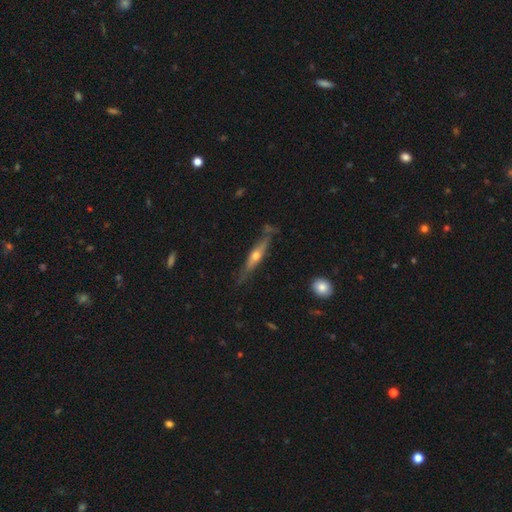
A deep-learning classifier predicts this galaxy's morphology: The model was most divided on "smooth or featured": featured or disk: 60%, smooth: 34%, star or artifact: 6%. More confident: edge-on disk — yes (89%); edge-on bulge — rounded (88%); merging — none (71%).